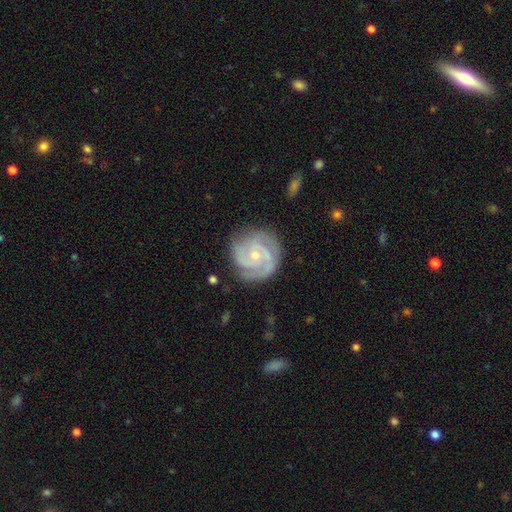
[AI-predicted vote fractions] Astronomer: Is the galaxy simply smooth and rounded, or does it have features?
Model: featured or disk — 89%.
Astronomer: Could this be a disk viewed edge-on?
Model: no — 98%.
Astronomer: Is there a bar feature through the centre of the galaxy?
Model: no — 69%.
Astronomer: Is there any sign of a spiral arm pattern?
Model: yes — 98%.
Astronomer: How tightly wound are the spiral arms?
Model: tight — 61%.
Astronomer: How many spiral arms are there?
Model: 3 — 55%.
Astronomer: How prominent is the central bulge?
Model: small — 70%.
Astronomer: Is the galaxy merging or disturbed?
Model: none — 81%.